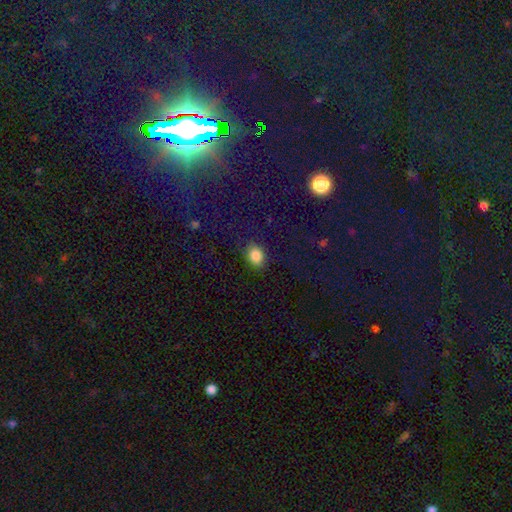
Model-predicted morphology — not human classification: This appears to be a smooth galaxy with no disk features (84%) that is in between round and cigar-shaped (70%). Merging: none (83%).